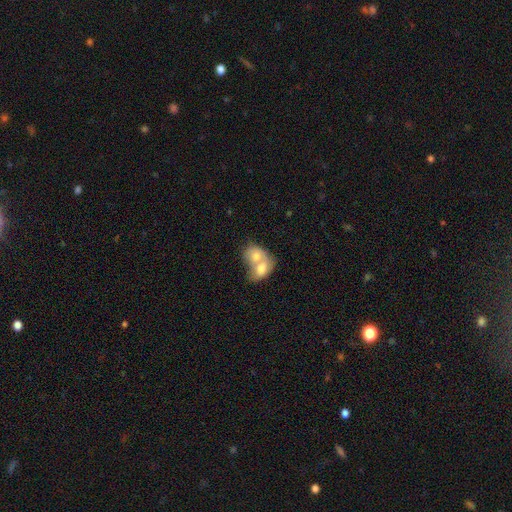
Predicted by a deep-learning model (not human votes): Q: Smooth or featured?
A: smooth (71%); runner-up: featured or disk (23%)
Q: How rounded?
A: in between (74%); runner-up: round (24%)
Q: Merging?
A: merger (81%); runner-up: none (10%)